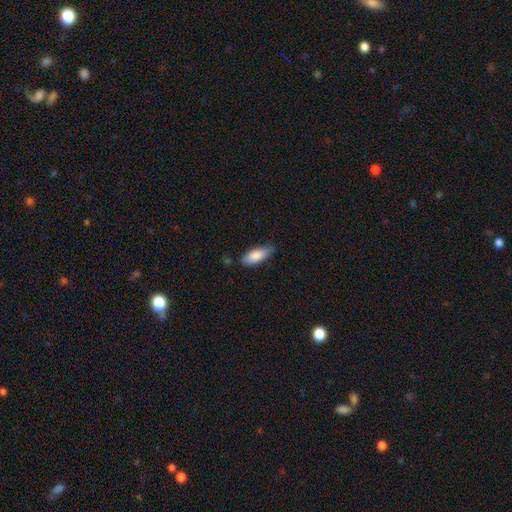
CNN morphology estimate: Q: Smooth or featured?
A: smooth (84%); runner-up: featured or disk (10%)
Q: How rounded?
A: in between (77%); runner-up: cigar-shaped (21%)
Q: Merging?
A: none (67%); runner-up: minor disturbance (27%)